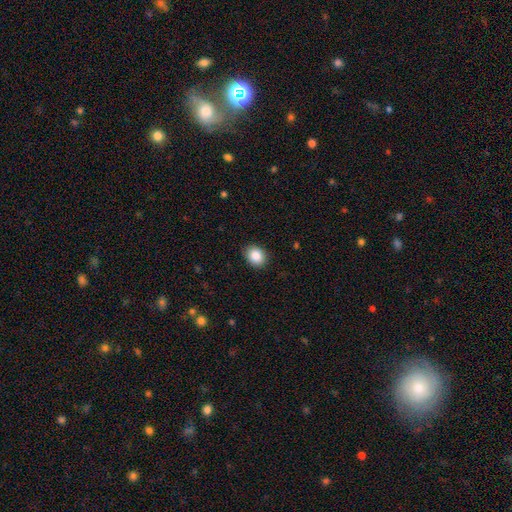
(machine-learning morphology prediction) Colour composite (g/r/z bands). It shows a smooth galaxy with no disk features (87%) that is round (51%). Merging: none (87%).